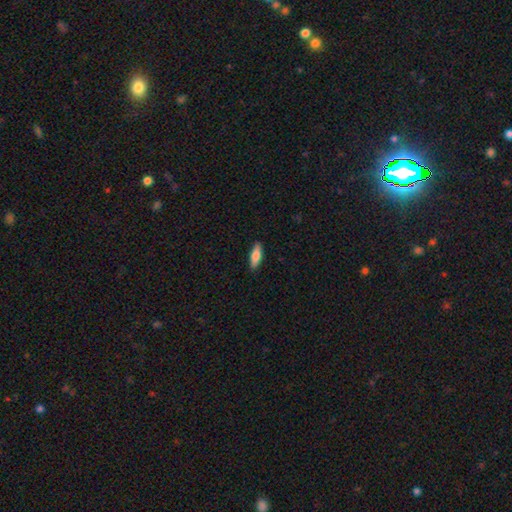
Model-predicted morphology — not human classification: A smooth galaxy with no disk features (79%) that is in between round and cigar-shaped (58%). Merging: none (88%).